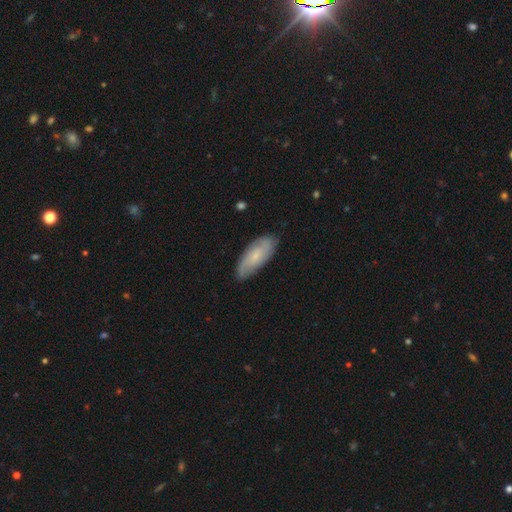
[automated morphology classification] featured or disk 48%, smooth 45%, star or artifact 7%. Down the decision tree: merging — none (80%).